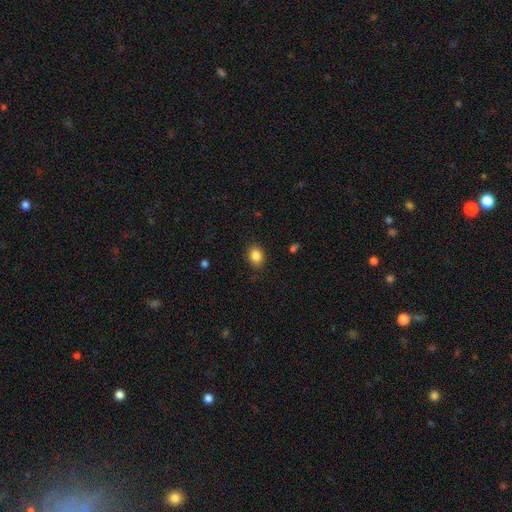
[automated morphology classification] smooth_or_featured: smooth (p=0.85) [alt: star or artifact p=0.09]
how_rounded: in between (p=0.52) [alt: round p=0.47]
merging: none (p=0.87) [alt: minor disturbance p=0.09]